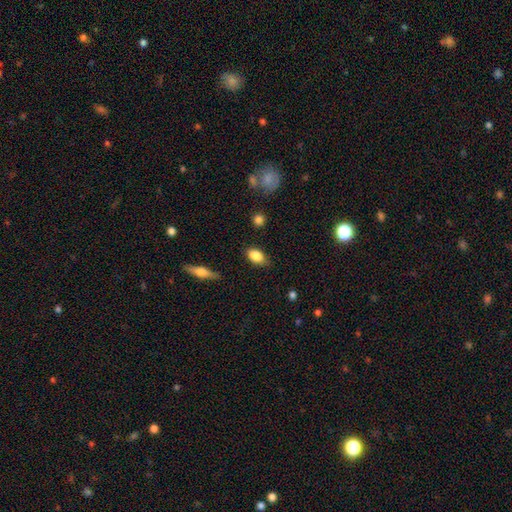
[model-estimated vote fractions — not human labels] smooth_or_featured: smooth (p=0.85) [alt: featured or disk p=0.08]
how_rounded: in between (p=0.87) [alt: round p=0.10]
merging: none (p=0.79) [alt: minor disturbance p=0.16]